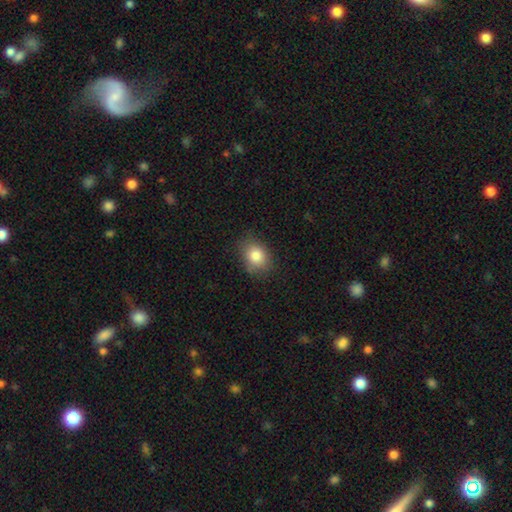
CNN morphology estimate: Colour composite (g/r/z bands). It shows a smooth galaxy with no disk features (82%) that is in between round and cigar-shaped (63%). Merging: none (78%).